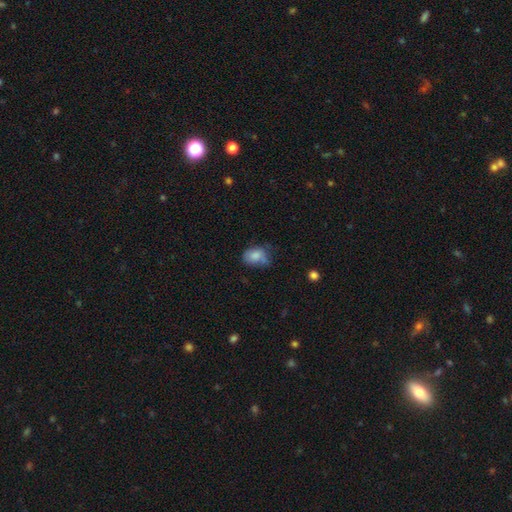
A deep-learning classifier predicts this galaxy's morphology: Smooth or featured?
  - smooth: 80% *
  - featured or disk: 12%
  - star or artifact: 9%
How rounded?
  - in between: 71% *
  - round: 28%
  - cigar-shaped: 1%
Merging?
  - none: 46% *
  - minor disturbance: 36%
  - major disturbance: 14%
  - merger: 5%